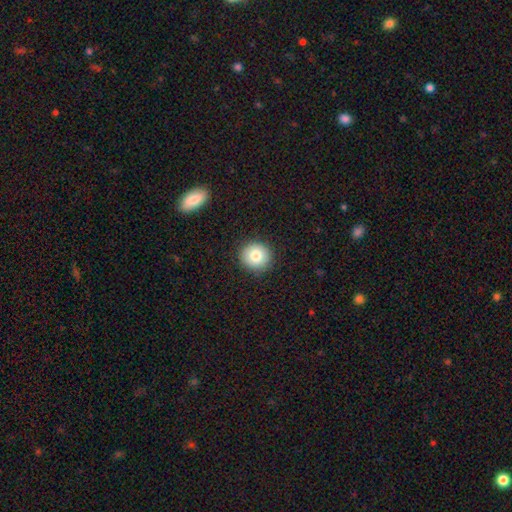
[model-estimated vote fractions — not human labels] A smooth galaxy with no disk features (80%) that is round (92%).

Vote fractions:
- Smooth or featured? smooth: 80% / featured or disk: 10% / star or artifact: 10%
- How rounded? round: 92% / in between: 7% / cigar-shaped: 1%
- Merging? none: 91% / minor disturbance: 7% / major disturbance: 2% / merger: 1%